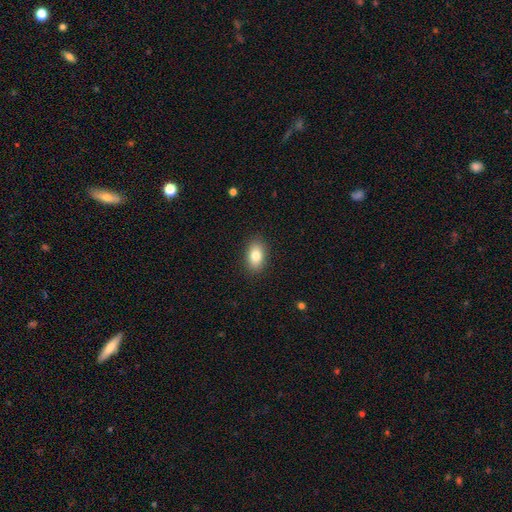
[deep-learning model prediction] Overall: smooth (82%). How rounded: in between (88%). Merging: none (89%).